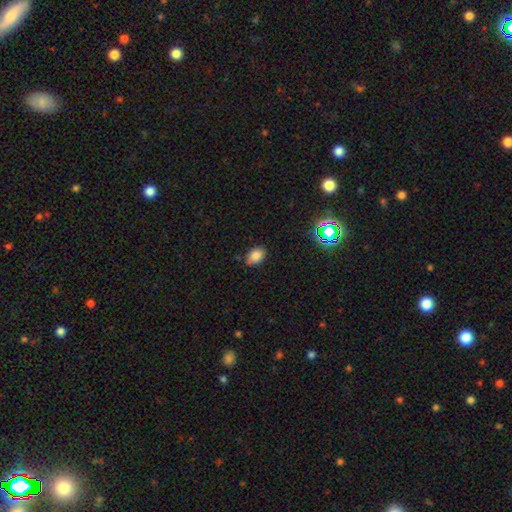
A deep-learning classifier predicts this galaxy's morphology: smooth_or_featured: smooth (p=0.81) [alt: star or artifact p=0.12]
how_rounded: in between (p=0.82) [alt: round p=0.17]
merging: none (p=0.78) [alt: minor disturbance p=0.18]